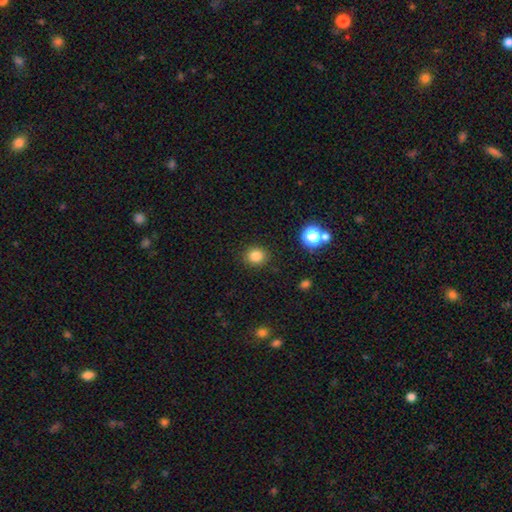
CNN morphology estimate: This appears to be a smooth galaxy with no disk features (82%) that is round (79%). Merging: none (89%).